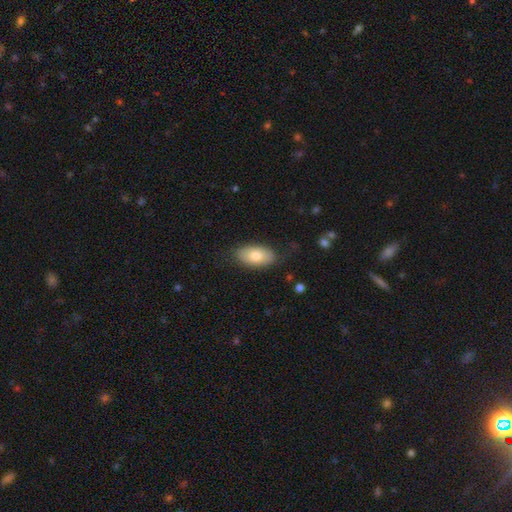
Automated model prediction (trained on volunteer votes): Smooth or featured: smooth — 77% (featured or disk — 17%)
How rounded: in between — 93% (round — 4%)
Merging: none — 79% (minor disturbance — 15%)